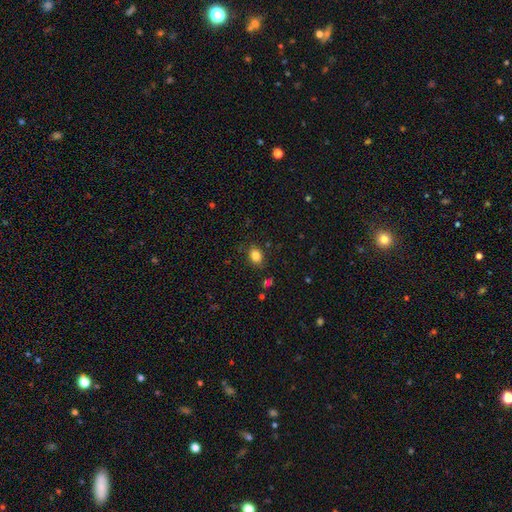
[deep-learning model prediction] smooth 84%, star or artifact 11%, featured or disk 5%. Down the decision tree: how rounded — in between (66%); merging — none (82%).